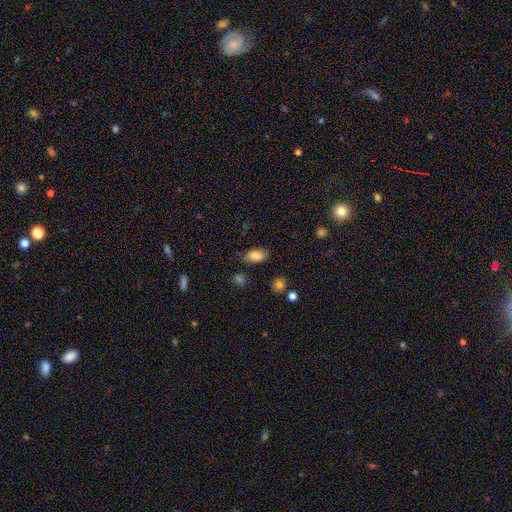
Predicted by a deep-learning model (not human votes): Smooth or featured: smooth — 83% (star or artifact — 9%)
How rounded: in between — 91% (round — 6%)
Merging: none — 73% (minor disturbance — 20%)